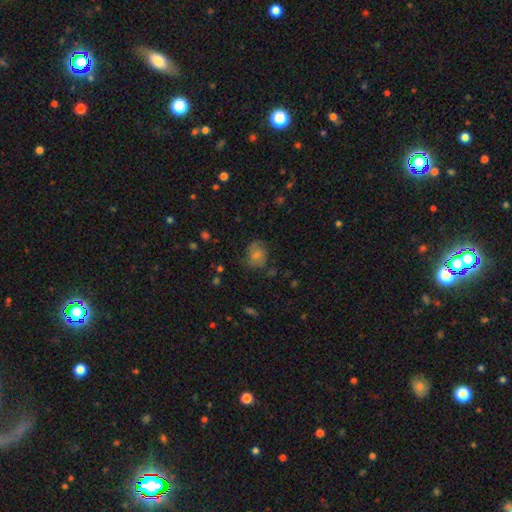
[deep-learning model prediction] This is possibly a smooth galaxy (51%). How rounded: likely round (68%). Merging: likely none (70%).